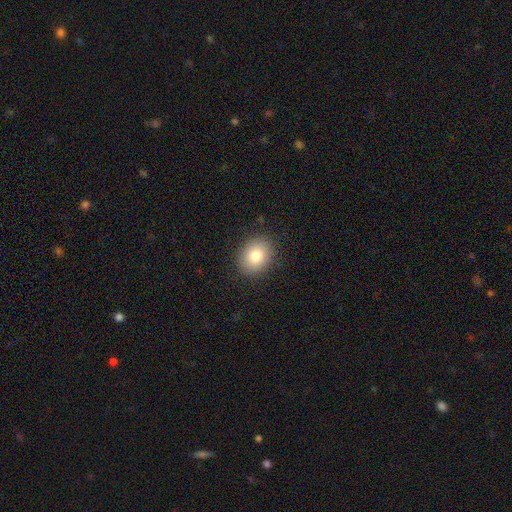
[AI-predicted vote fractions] Morphology: type=smooth (82%); roundness=in between (50%); merging=none (88%).